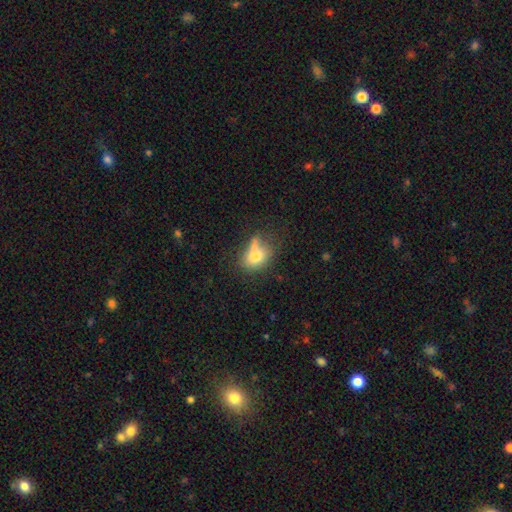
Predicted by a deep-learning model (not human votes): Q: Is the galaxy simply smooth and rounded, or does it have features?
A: smooth — 69%.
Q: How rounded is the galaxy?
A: in between — 65%.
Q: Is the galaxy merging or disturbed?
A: none — 36%.